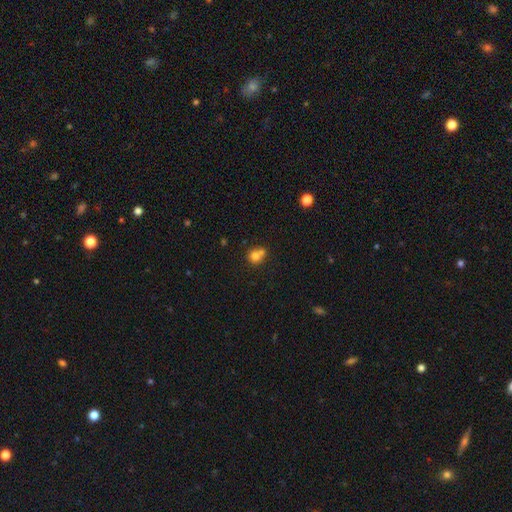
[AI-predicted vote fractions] Smooth or featured? Predicted: smooth (p=0.74). How rounded? Predicted: round (p=0.82). Merging? Predicted: merger (p=0.47).